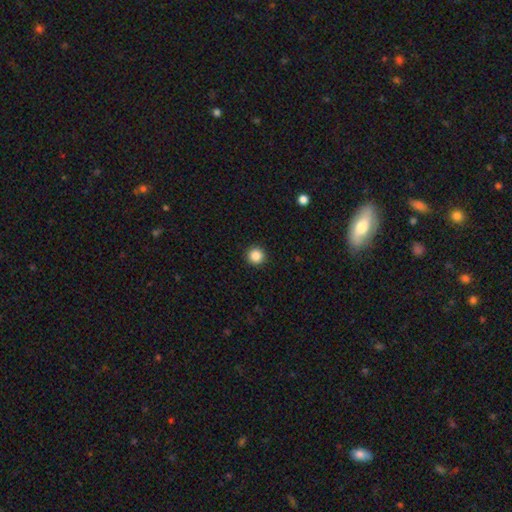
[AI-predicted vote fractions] Smooth or featured? Predicted: smooth (p=0.86). How rounded? Predicted: round (p=0.96). Merging? Predicted: none (p=0.93).